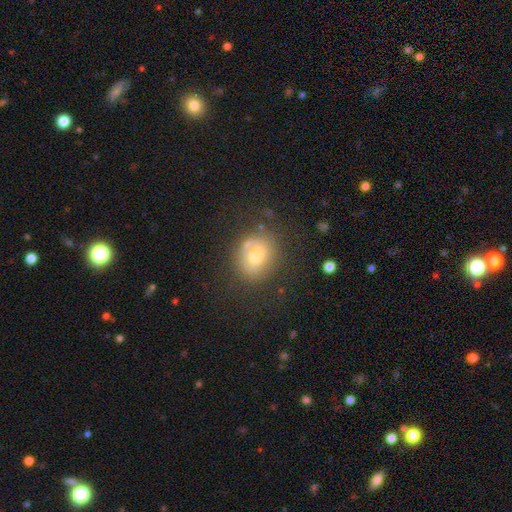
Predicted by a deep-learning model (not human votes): A smooth galaxy with no disk features (59%) that is round (64%).

Vote fractions:
- Smooth or featured? smooth: 59% / featured or disk: 30% / star or artifact: 11%
- How rounded? round: 64% / in between: 35% / cigar-shaped: 1%
- Merging? none: 62% / minor disturbance: 21% / major disturbance: 11% / merger: 7%